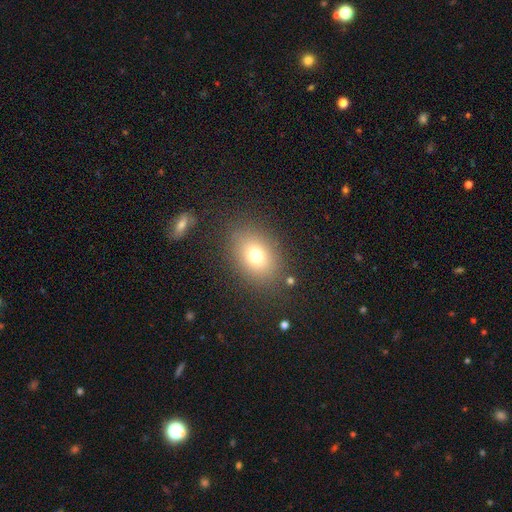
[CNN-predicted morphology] Q: Smooth or featured?
A: smooth (73%); runner-up: star or artifact (14%)
Q: How rounded?
A: in between (65%); runner-up: round (34%)
Q: Merging?
A: none (83%); runner-up: minor disturbance (10%)